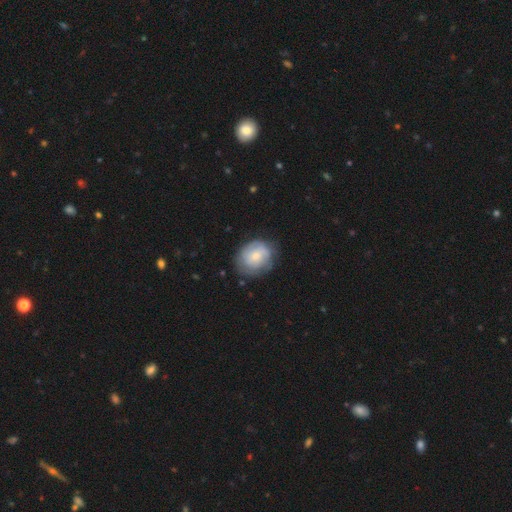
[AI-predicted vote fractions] Q: Smooth or featured?
A: smooth (54%); runner-up: featured or disk (40%)
Q: How rounded?
A: round (60%); runner-up: in between (40%)
Q: Merging?
A: none (67%); runner-up: minor disturbance (23%)